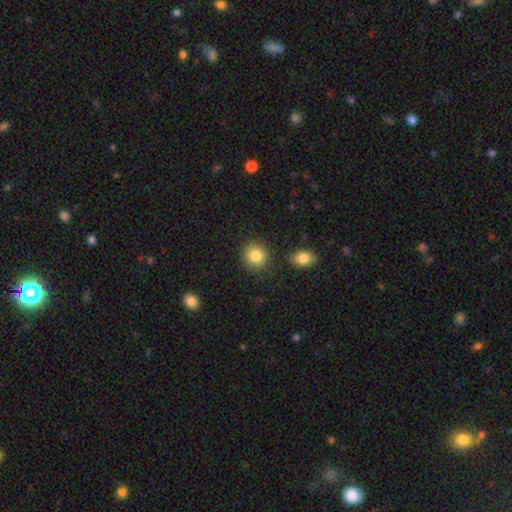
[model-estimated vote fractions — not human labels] A smooth galaxy with no disk features (86%) that is round (85%).

Vote fractions:
- Smooth or featured? smooth: 86% / star or artifact: 8% / featured or disk: 6%
- How rounded? round: 85% / in between: 14% / cigar-shaped: 1%
- Merging? none: 83% / minor disturbance: 9% / merger: 5% / major disturbance: 3%